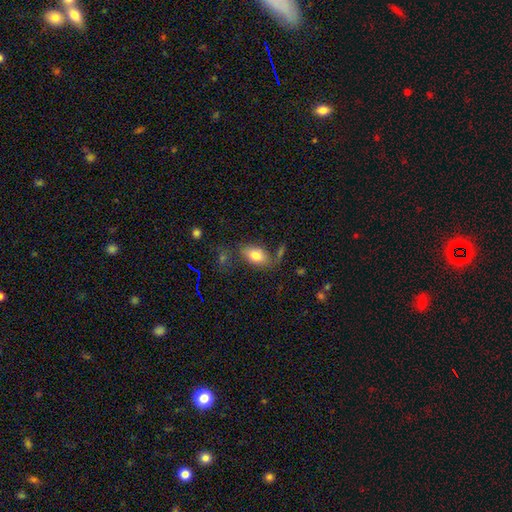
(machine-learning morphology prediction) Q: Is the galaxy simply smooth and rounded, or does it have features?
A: smooth — 79%.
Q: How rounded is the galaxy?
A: in between — 90%.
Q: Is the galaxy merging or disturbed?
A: none — 65%.